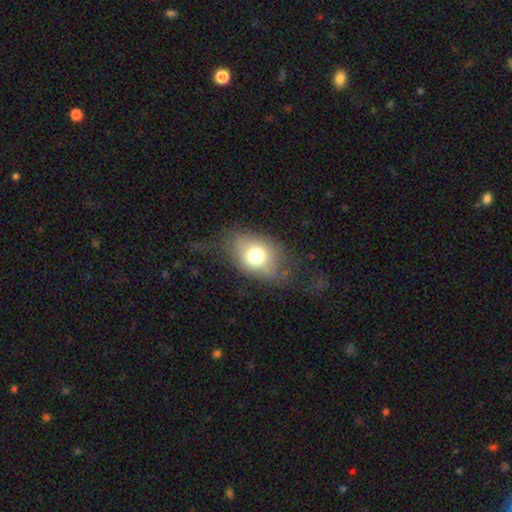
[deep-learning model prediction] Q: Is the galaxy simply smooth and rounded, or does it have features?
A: smooth — 72%.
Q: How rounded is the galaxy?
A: in between — 70%.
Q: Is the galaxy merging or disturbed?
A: none — 55%.